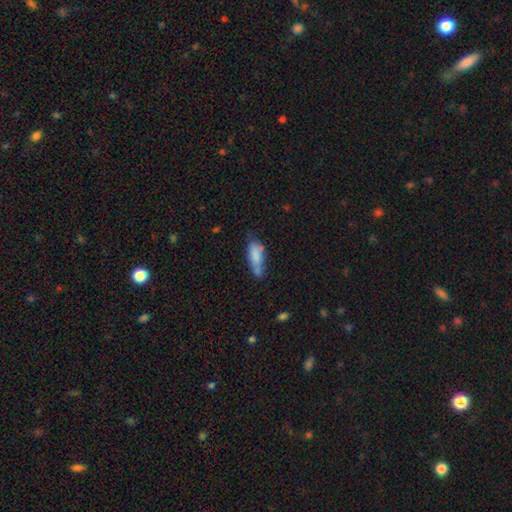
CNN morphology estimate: smooth-or-featured: smooth: 76% | featured or disk: 16% | star or artifact: 8%
  how-rounded: in between: 59% | cigar-shaped: 39% | round: 2%
  merging: none: 47% | minor disturbance: 30% | merger: 13% | major disturbance: 10%